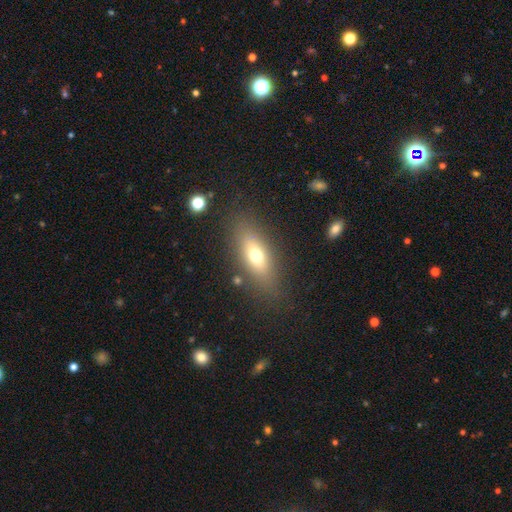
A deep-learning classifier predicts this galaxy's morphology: A smooth galaxy with no disk features (64%) that is in between round and cigar-shaped (69%). Merging: none (80%).